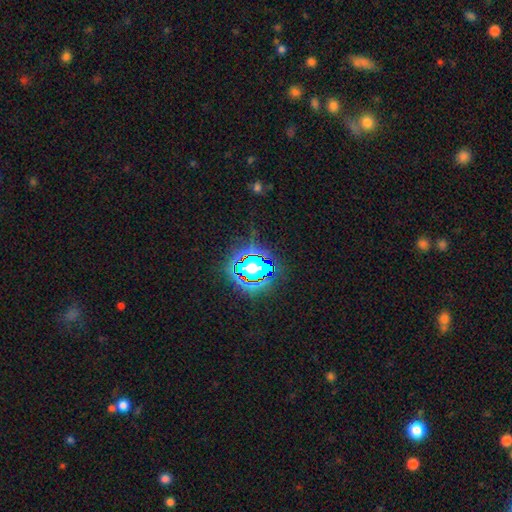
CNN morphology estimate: This appears to be a star or artifact, not a galaxy (78%).